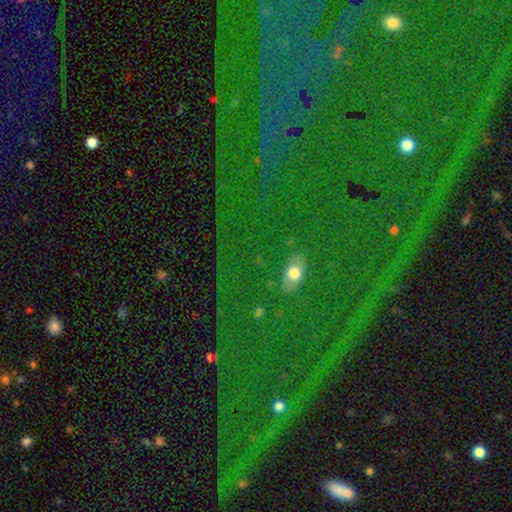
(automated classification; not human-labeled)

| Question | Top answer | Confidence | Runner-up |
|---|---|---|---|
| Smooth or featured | star or artifact | 79% | featured or disk (12%) |